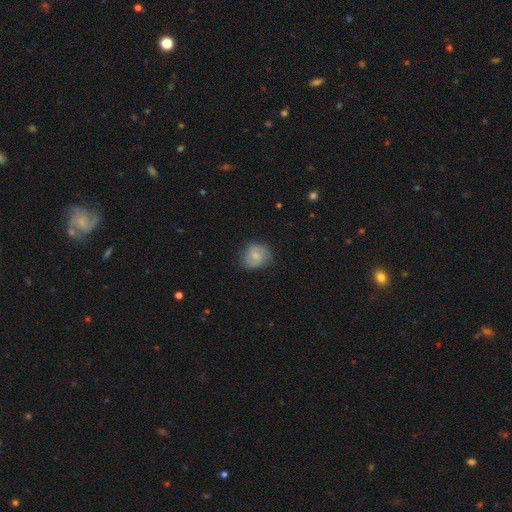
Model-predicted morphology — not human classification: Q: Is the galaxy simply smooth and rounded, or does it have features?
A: featured or disk — 55%.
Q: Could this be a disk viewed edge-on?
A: no — 98%.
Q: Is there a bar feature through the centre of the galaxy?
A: no — 51%.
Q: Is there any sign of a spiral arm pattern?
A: yes — 89%.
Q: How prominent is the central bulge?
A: small — 52%.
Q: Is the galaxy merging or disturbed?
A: none — 72%.